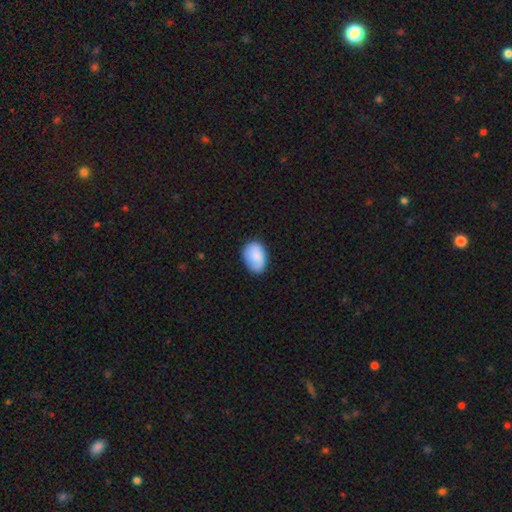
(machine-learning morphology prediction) Smooth or featured? Predicted: smooth (p=0.85). How rounded? Predicted: in between (p=0.84). Merging? Predicted: none (p=0.70).